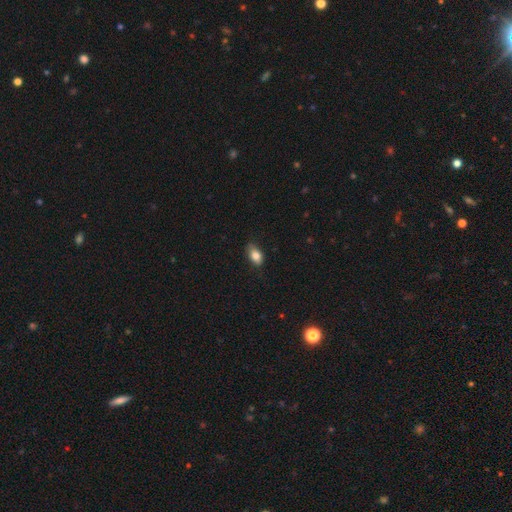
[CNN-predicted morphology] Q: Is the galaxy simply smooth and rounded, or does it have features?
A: smooth — 82%.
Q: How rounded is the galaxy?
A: in between — 89%.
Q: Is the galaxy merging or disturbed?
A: none — 76%.